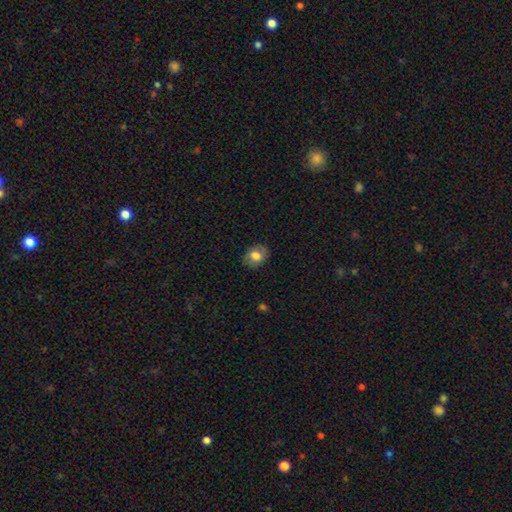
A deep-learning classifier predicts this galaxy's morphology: smooth-or-featured: smooth: 77% | featured or disk: 15% | star or artifact: 8%
  how-rounded: in between: 61% | round: 38% | cigar-shaped: 1%
  merging: none: 82% | minor disturbance: 14% | major disturbance: 3% | merger: 1%